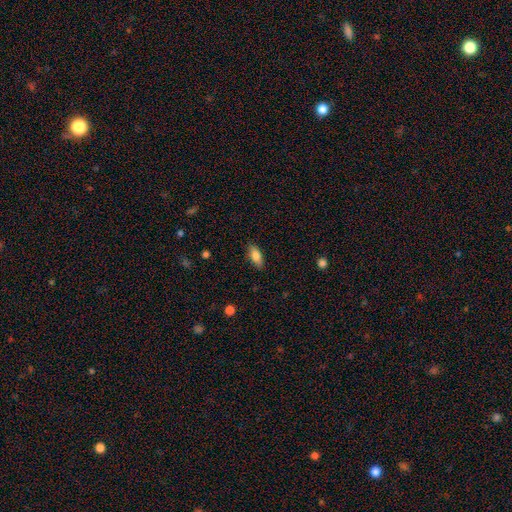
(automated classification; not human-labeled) Smooth or featured?
  - smooth: 83% *
  - featured or disk: 10%
  - star or artifact: 7%
How rounded?
  - in between: 82% *
  - cigar-shaped: 15%
  - round: 3%
Merging?
  - none: 86% *
  - minor disturbance: 10%
  - major disturbance: 2%
  - merger: 1%